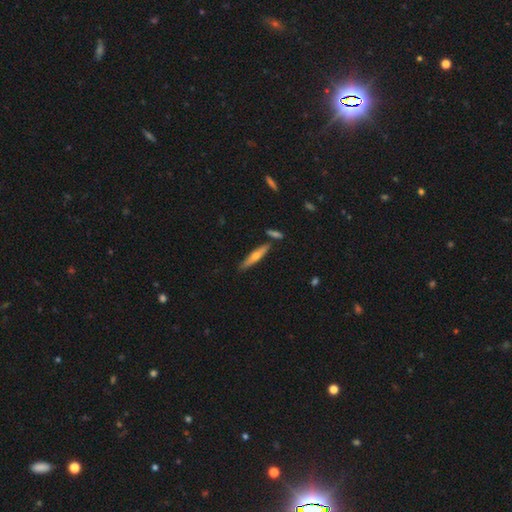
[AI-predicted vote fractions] smooth_or_featured: featured or disk (p=0.50) [alt: smooth p=0.44]
merging: none (p=0.81) [alt: minor disturbance p=0.11]